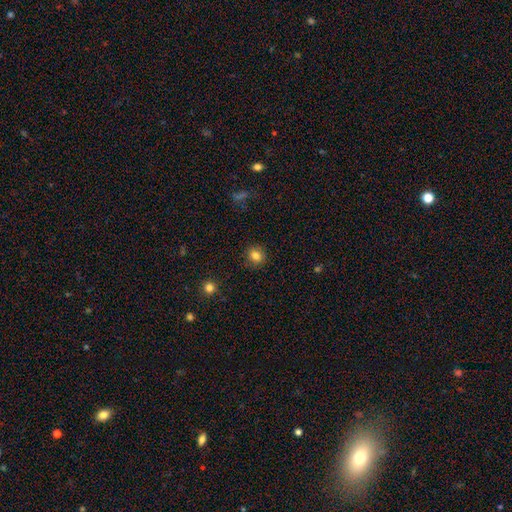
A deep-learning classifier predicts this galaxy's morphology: smooth 82%, star or artifact 11%, featured or disk 7%. Down the decision tree: how rounded — round (73%); merging — none (87%).